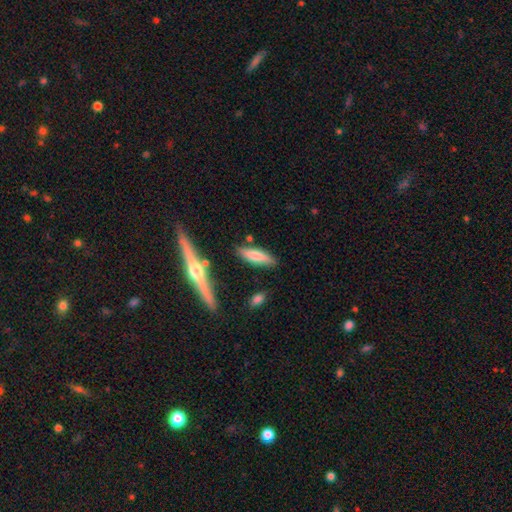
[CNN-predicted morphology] type=smooth (68%); roundness=cigar-shaped (64%); merging=none (78%).